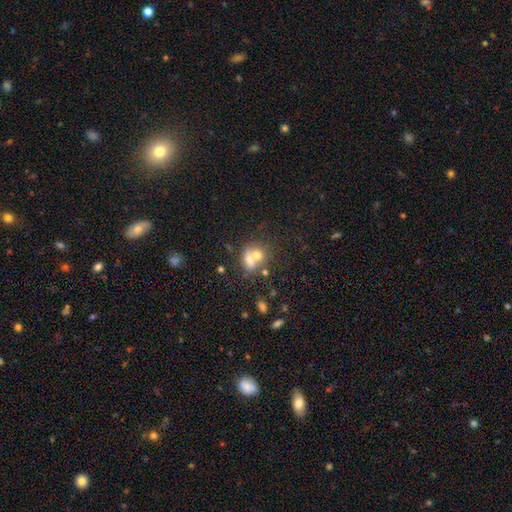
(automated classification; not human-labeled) Smooth or featured? smooth (65%)
How rounded? round (59%)
Merging? merger (62%)